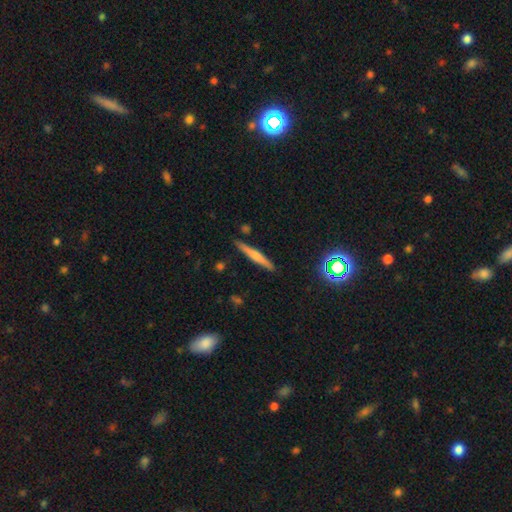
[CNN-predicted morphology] This is possibly a smooth galaxy (51%). How rounded: clearly cigar-shaped (94%). Merging: clearly none (88%).